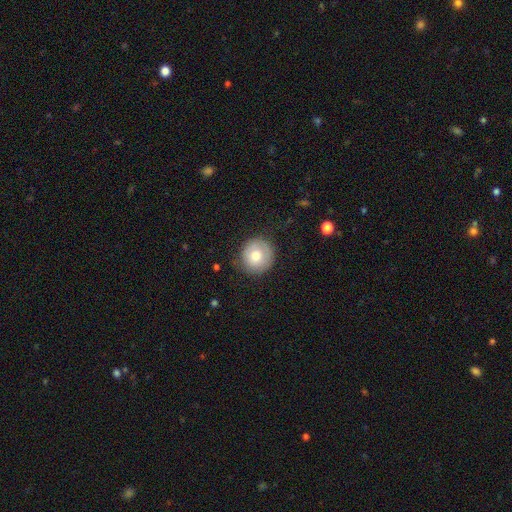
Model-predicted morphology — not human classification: smooth 73%, featured or disk 20%, star or artifact 8%. Down the decision tree: how rounded — round (93%); merging — none (79%).